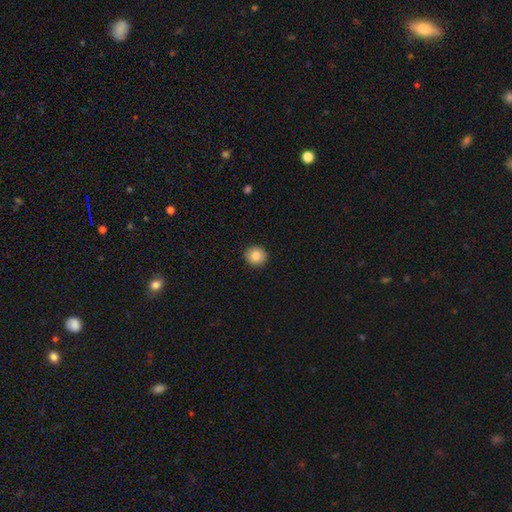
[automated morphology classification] smooth_or_featured: smooth (p=0.83) [alt: star or artifact p=0.09]
how_rounded: round (p=0.91) [alt: in between p=0.08]
merging: none (p=0.92) [alt: minor disturbance p=0.05]